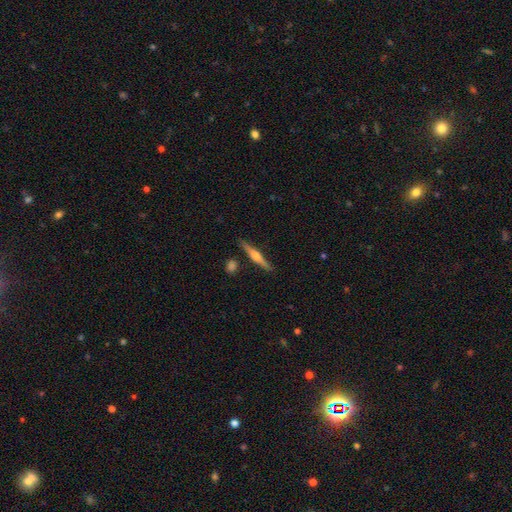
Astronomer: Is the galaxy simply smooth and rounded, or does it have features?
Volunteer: featured or disk — 62%.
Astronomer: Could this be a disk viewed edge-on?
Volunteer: yes — 96%.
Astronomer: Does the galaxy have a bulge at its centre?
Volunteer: rounded — 70%.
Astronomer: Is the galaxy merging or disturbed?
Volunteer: none — 89%.